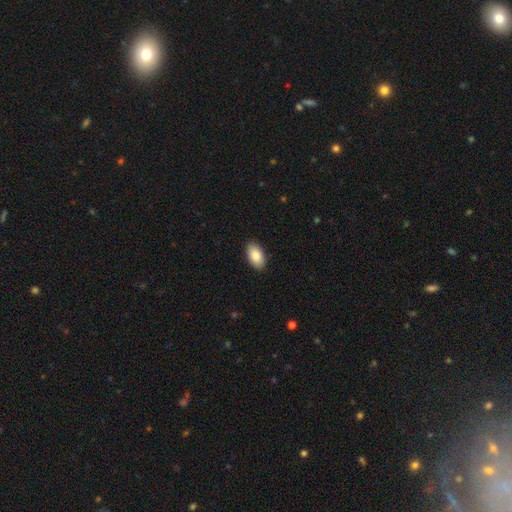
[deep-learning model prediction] Overall: smooth (86%). How rounded: in between (95%). Merging: none (89%).